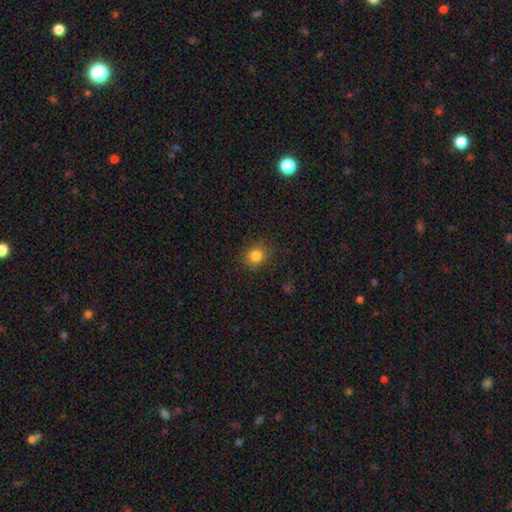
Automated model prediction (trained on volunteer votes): Smooth or featured: smooth — 83% (star or artifact — 12%)
How rounded: round — 74% (in between — 25%)
Merging: none — 86% (minor disturbance — 10%)